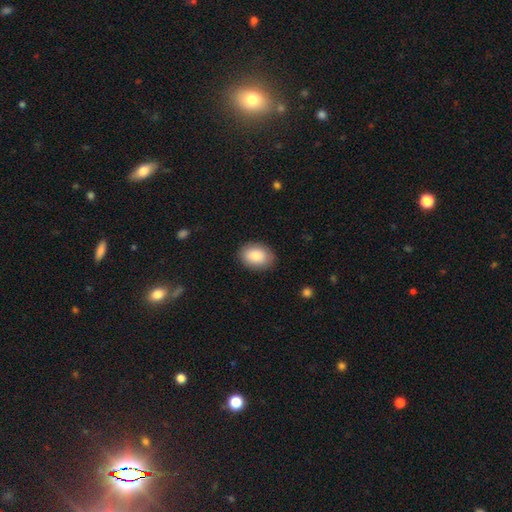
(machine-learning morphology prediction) Smooth or featured? smooth (88%)
How rounded? in between (78%)
Merging? none (87%)